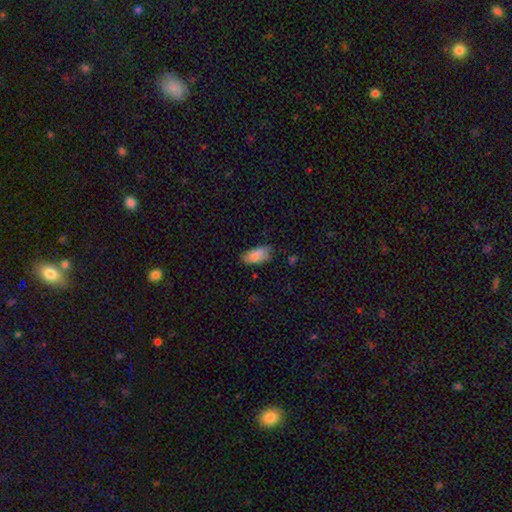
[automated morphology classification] smooth-or-featured: smooth: 83% | featured or disk: 9% | star or artifact: 8%
  how-rounded: in between: 91% | cigar-shaped: 6% | round: 3%
  merging: none: 64% | minor disturbance: 27% | major disturbance: 6% | merger: 2%